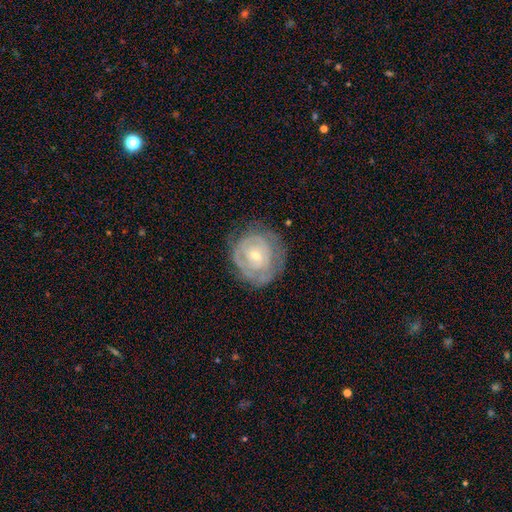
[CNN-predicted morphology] A featured or disk galaxy (70%) with no bar (71%), spiral arms (68%) and a small central bulge (59%). Merging: none (72%).